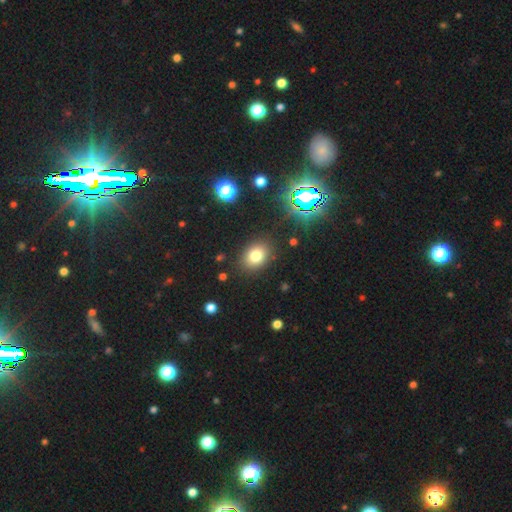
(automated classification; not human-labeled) This is likely a smooth galaxy (77%). How rounded: possibly in between (58%). Merging: clearly none (86%).